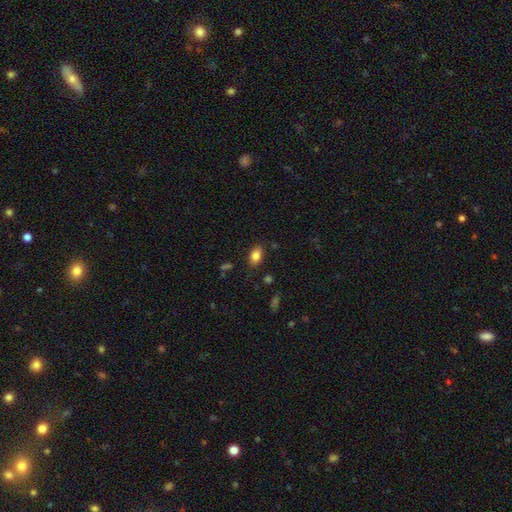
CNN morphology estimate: smooth_or_featured: smooth (p=0.83) [alt: star or artifact p=0.09]
how_rounded: in between (p=0.87) [alt: round p=0.11]
merging: none (p=0.84) [alt: minor disturbance p=0.11]